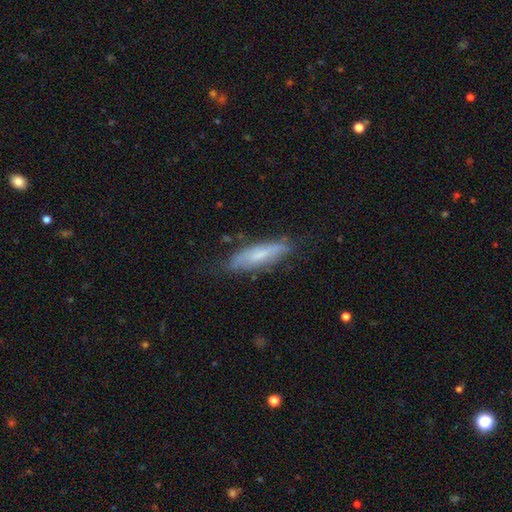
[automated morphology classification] A smooth galaxy with no disk features (51%) that is cigar-shaped (69%). Merging: none (75%).